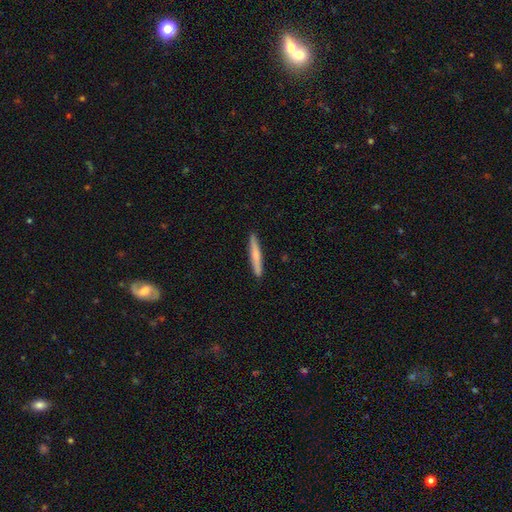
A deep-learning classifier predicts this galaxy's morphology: A smooth galaxy with no disk features (63%) that is cigar-shaped (95%). Merging: none (91%).